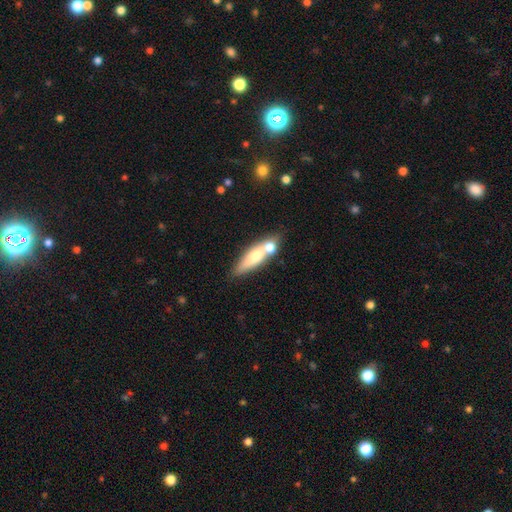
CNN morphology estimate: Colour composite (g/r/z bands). It shows a smooth galaxy with no disk features (59%) that is cigar-shaped (62%). Merging: none (48%).